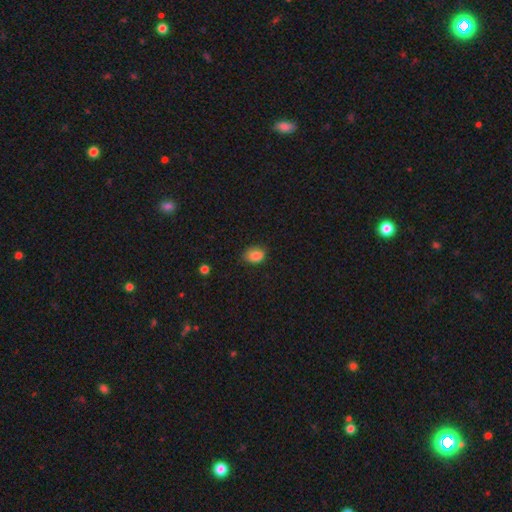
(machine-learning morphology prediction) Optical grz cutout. It shows a smooth galaxy with no disk features (85%) that is in between round and cigar-shaped (65%). Merging: none (68%).